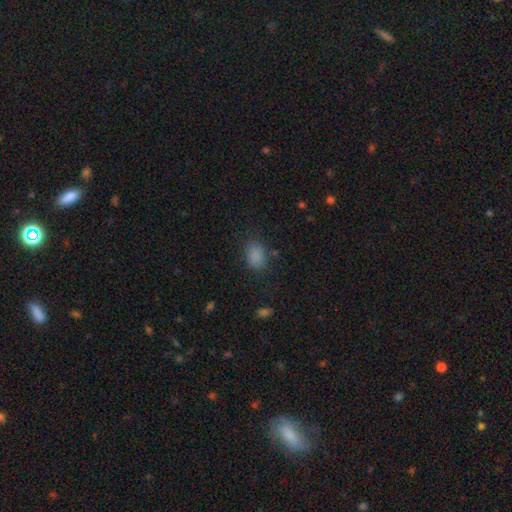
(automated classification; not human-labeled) smooth 84%, star or artifact 11%, featured or disk 5%. Down the decision tree: how rounded — in between (77%); merging — none (77%).